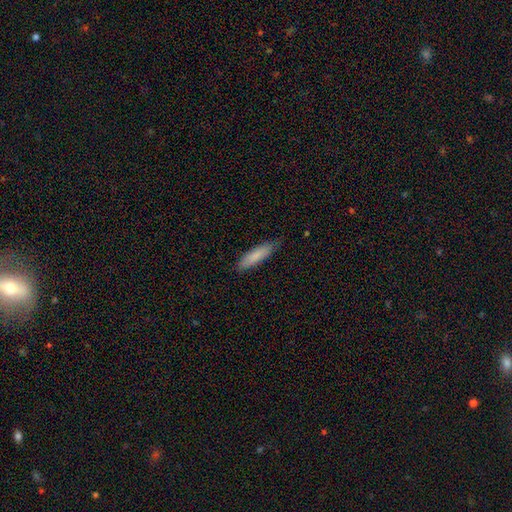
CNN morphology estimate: Smooth or featured? smooth (82%)
How rounded? cigar-shaped (75%)
Merging? none (83%)